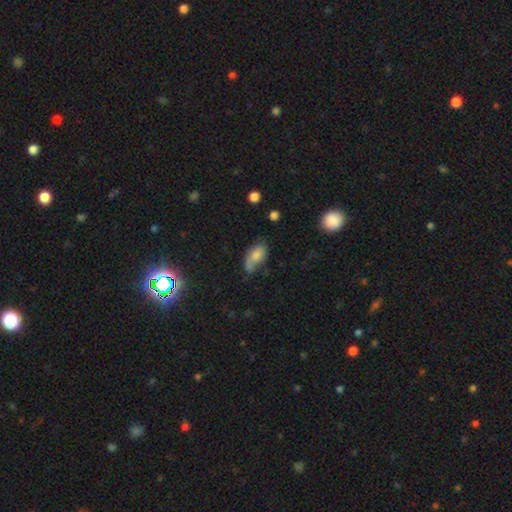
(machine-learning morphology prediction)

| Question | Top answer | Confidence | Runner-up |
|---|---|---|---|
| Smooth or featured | smooth | 71% | featured or disk (19%) |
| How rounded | in between | 90% | round (6%) |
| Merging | none | 43% | minor disturbance (31%) |